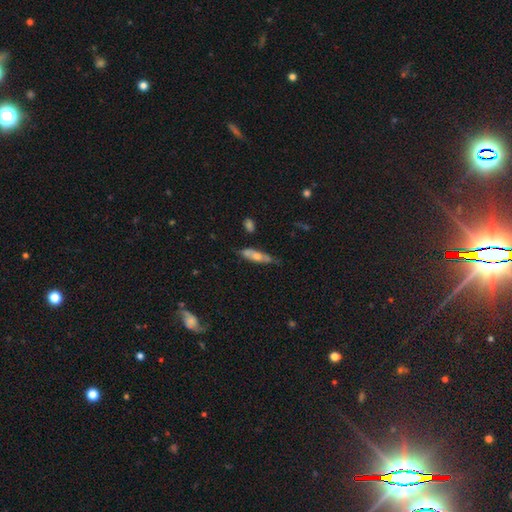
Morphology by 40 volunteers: smooth-or-featured: smooth: 62% | featured or disk: 38% | star or artifact: 0%
  how-rounded: in between: 56% | cigar-shaped: 40% | round: 4%
  merging: none: 50% | minor disturbance: 42% | major disturbance: 8% | merger: 0%